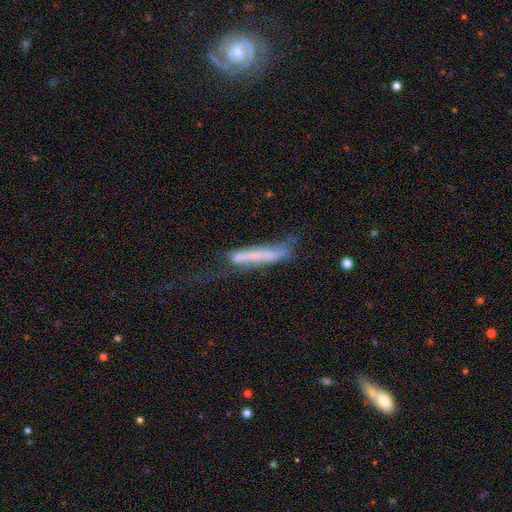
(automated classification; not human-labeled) Smooth or featured?
  - smooth: 53% *
  - featured or disk: 38%
  - star or artifact: 9%
How rounded?
  - cigar-shaped: 91% *
  - in between: 7%
  - round: 2%
Merging?
  - major disturbance: 37% *
  - none: 28%
  - minor disturbance: 27%
  - merger: 8%